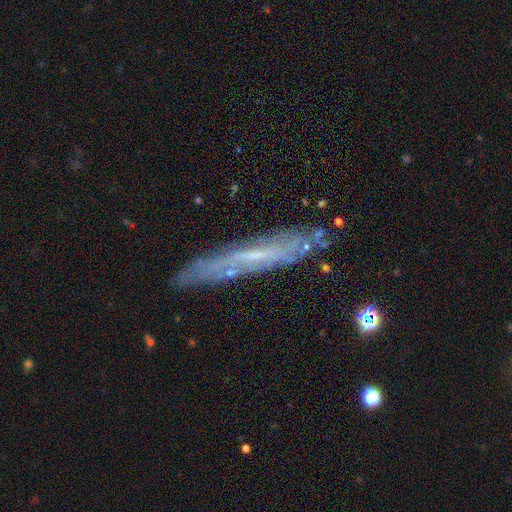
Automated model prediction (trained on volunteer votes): featured or disk 64%, smooth 26%, star or artifact 10%. Down the decision tree: edge-on disk — yes (64%); merging — none (79%).